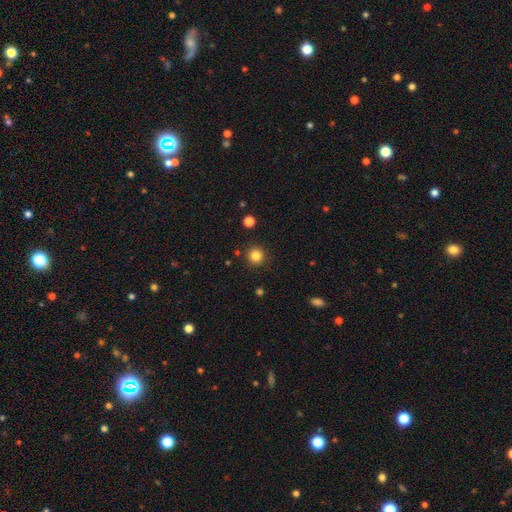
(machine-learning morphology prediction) smooth_or_featured: smooth (p=0.83) [alt: star or artifact p=0.12]
how_rounded: round (p=0.94) [alt: in between p=0.05]
merging: none (p=0.90) [alt: minor disturbance p=0.06]